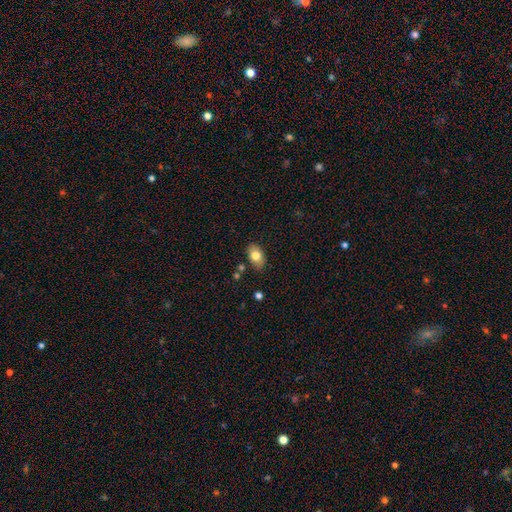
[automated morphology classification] The model was most divided on "smooth or featured": smooth: 78%, featured or disk: 14%, star or artifact: 8%. More confident: how rounded — in between (89%); merging — none (82%).